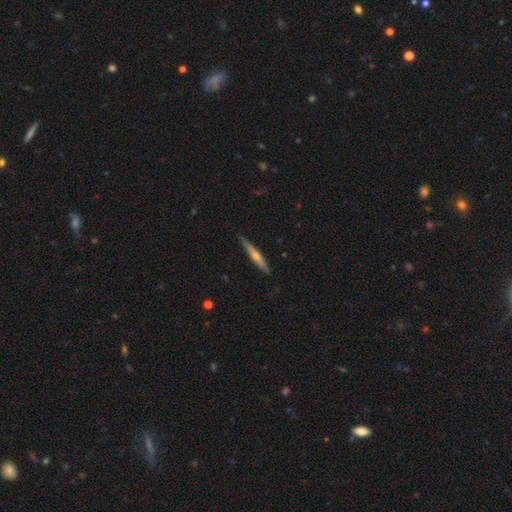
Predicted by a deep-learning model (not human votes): Smooth or featured? Predicted: featured or disk (p=0.60). Edge-on disk? Predicted: yes (p=0.96). Edge-on bulge? Predicted: rounded (p=0.78). Merging? Predicted: none (p=0.87).